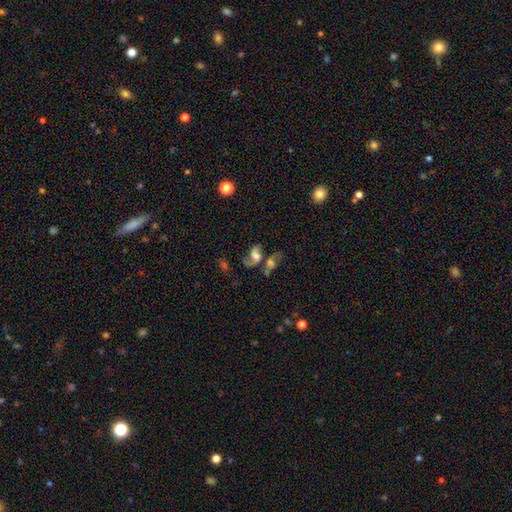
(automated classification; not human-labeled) featured or disk 65%, smooth 24%, star or artifact 12%. Down the decision tree: edge-on disk — no (96%); bar — no (54%); spiral arms — yes (85%); spiral arm count — 2 (77%); spiral winding — loose (63%); bulge size — moderate (41%); merging — merger (45%).